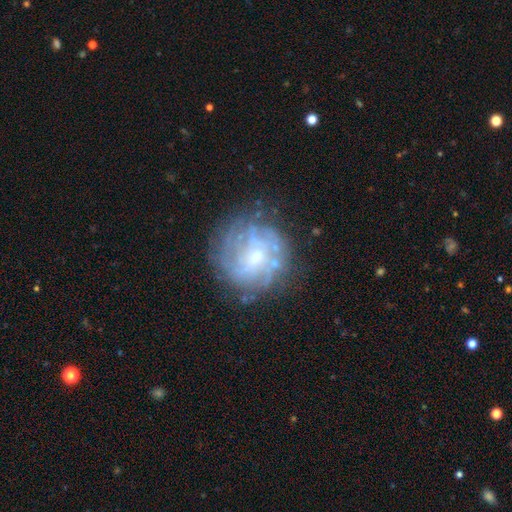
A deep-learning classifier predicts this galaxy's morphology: Smooth or featured: featured or disk — 69% (smooth — 20%)
Edge-on disk: no — 97% (yes — 3%)
Bar: no — 51% (weak — 41%)
Spiral arms: yes — 71% (no — 29%)
Bulge size: small — 48% (moderate — 41%)
Merging: none — 71% (minor disturbance — 16%)